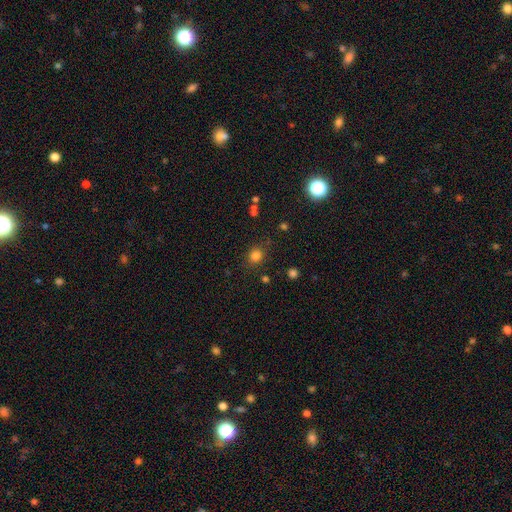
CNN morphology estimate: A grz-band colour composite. It shows a smooth galaxy with no disk features (80%) that is round (79%). Merging: none (83%).